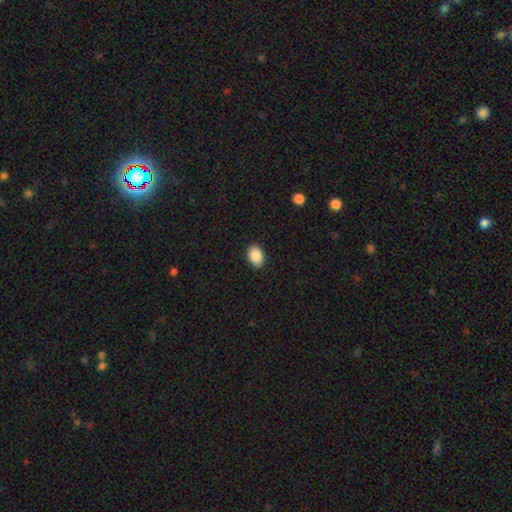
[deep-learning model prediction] smooth_or_featured: smooth (p=0.90) [alt: star or artifact p=0.07]
how_rounded: in between (p=0.82) [alt: round p=0.17]
merging: none (p=0.89) [alt: minor disturbance p=0.08]